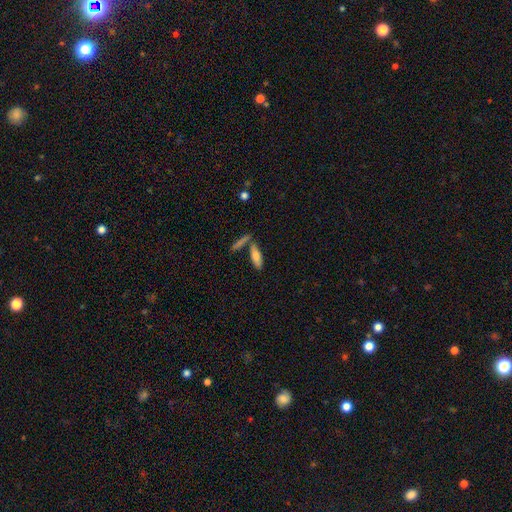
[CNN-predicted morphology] Smooth or featured? smooth (76%)
How rounded? cigar-shaped (51%)
Merging? none (62%)